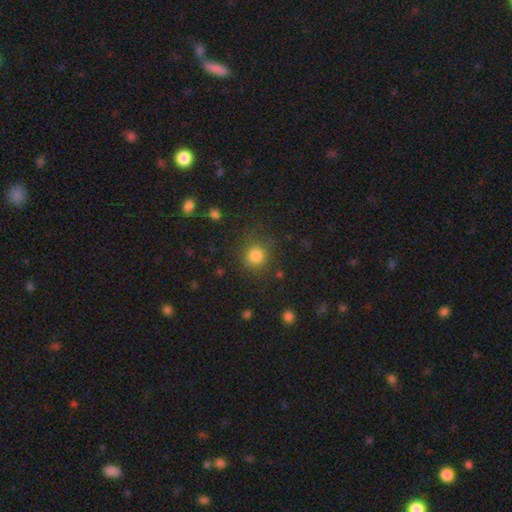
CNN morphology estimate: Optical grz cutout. It shows a smooth galaxy with no disk features (82%) that is round (90%). Merging: none (82%).